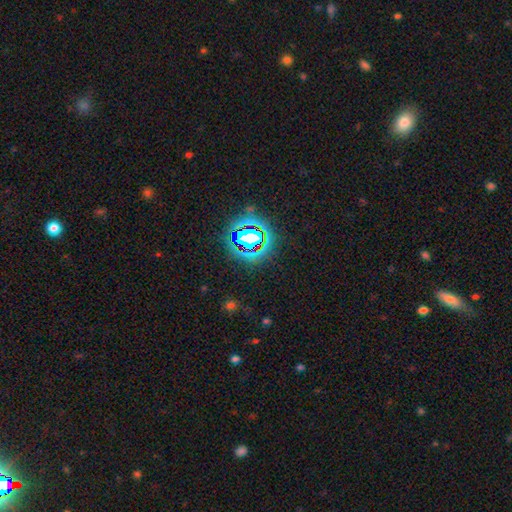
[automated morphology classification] star or artifact 78%, smooth 13%, featured or disk 10%.